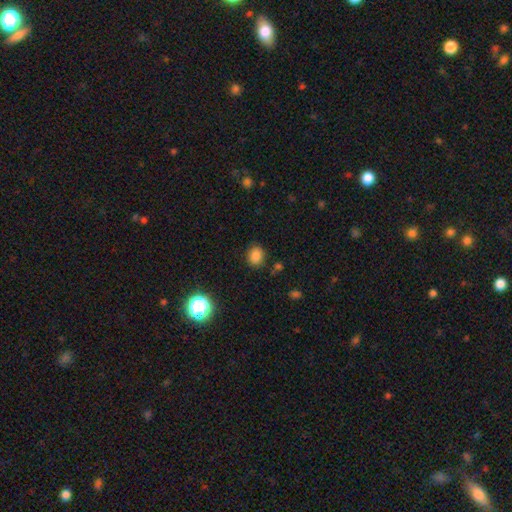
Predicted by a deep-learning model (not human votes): Q: Smooth or featured?
A: smooth (82%); runner-up: star or artifact (14%)
Q: How rounded?
A: round (55%); runner-up: in between (44%)
Q: Merging?
A: none (84%); runner-up: minor disturbance (10%)